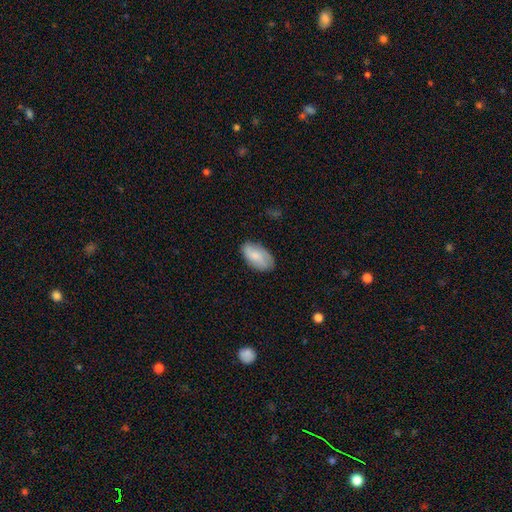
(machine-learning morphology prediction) A smooth galaxy with no disk features (77%) that is in between round and cigar-shaped (94%).

Vote fractions:
- Smooth or featured? smooth: 77% / featured or disk: 17% / star or artifact: 6%
- How rounded? in between: 94% / round: 3% / cigar-shaped: 2%
- Merging? none: 77% / minor disturbance: 18% / major disturbance: 4% / merger: 1%